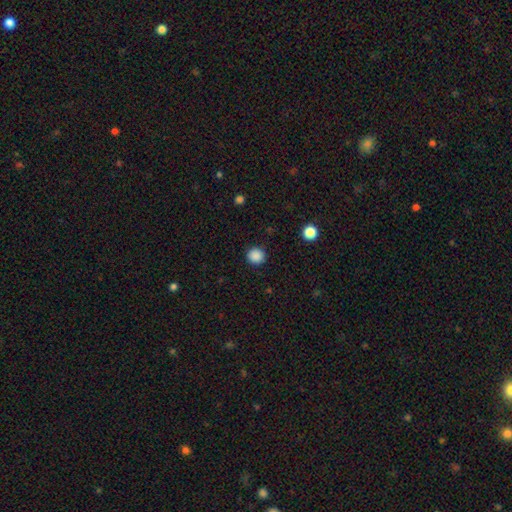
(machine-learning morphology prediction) type=smooth (87%); roundness=round (94%); merging=none (91%).